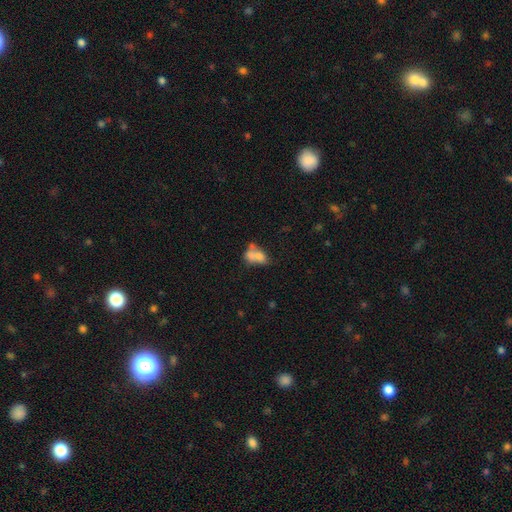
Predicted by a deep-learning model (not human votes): This appears to be a smooth galaxy with no disk features (62%) that is in between round and cigar-shaped (75%). Merging: merger (58%).